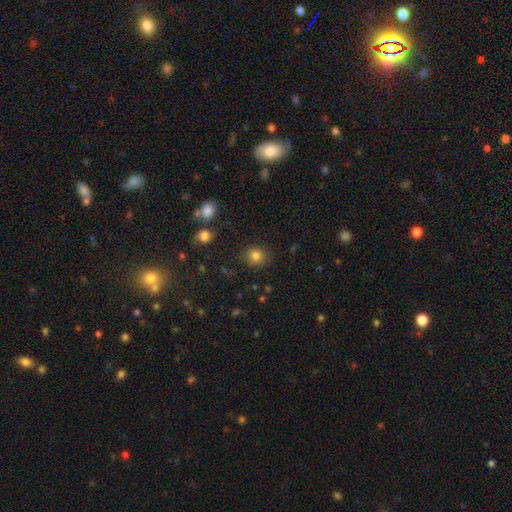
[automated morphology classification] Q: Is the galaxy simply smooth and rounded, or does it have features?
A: smooth — 81%.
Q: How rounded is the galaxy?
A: round — 75%.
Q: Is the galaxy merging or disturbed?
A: none — 85%.